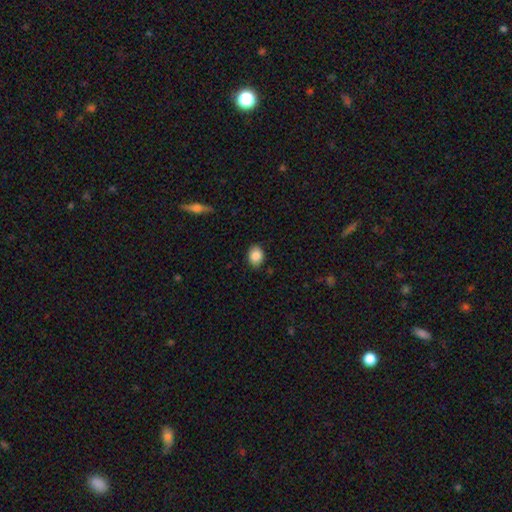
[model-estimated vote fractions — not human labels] A smooth galaxy with no disk features (87%) that is in between round and cigar-shaped (56%).

Vote fractions:
- Smooth or featured? smooth: 87% / star or artifact: 8% / featured or disk: 5%
- How rounded? in between: 56% / round: 43% / cigar-shaped: 1%
- Merging? none: 85% / minor disturbance: 12% / major disturbance: 2% / merger: 1%